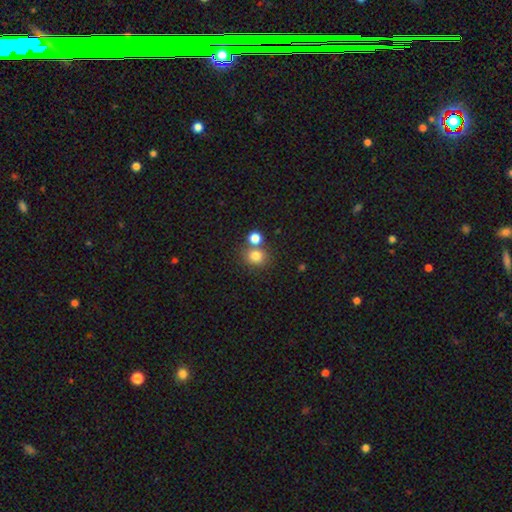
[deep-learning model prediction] Smooth or featured?
  - smooth: 80% *
  - star or artifact: 13%
  - featured or disk: 8%
How rounded?
  - round: 75% *
  - in between: 24%
  - cigar-shaped: 1%
Merging?
  - none: 61% *
  - merger: 26%
  - minor disturbance: 9%
  - major disturbance: 3%